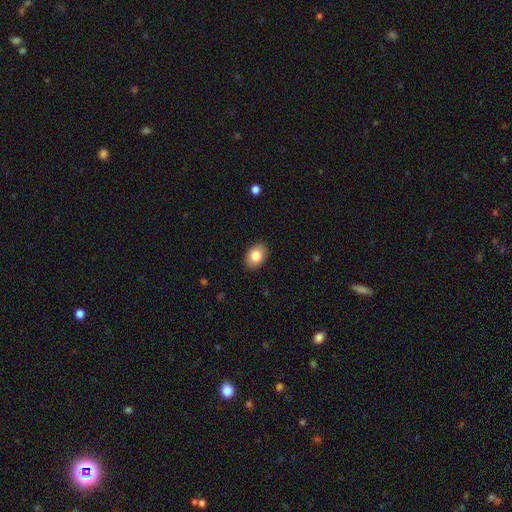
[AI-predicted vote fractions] smooth_or_featured: smooth (p=0.83) [alt: featured or disk p=0.09]
how_rounded: in between (p=0.78) [alt: round p=0.21]
merging: none (p=0.89) [alt: minor disturbance p=0.08]